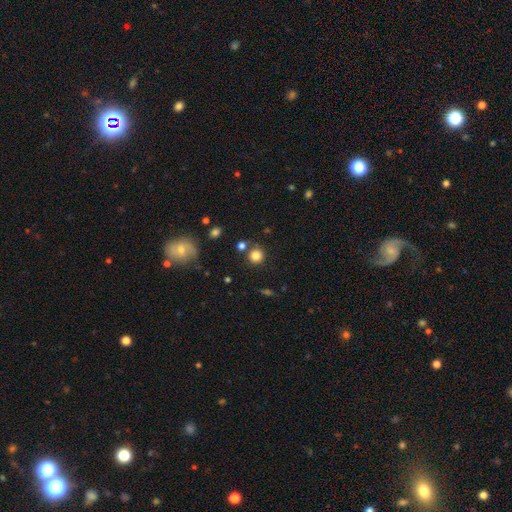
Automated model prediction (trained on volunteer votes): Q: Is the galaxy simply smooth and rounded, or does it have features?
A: smooth — 82%.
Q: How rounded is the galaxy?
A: round — 90%.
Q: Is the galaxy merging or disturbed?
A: none — 78%.